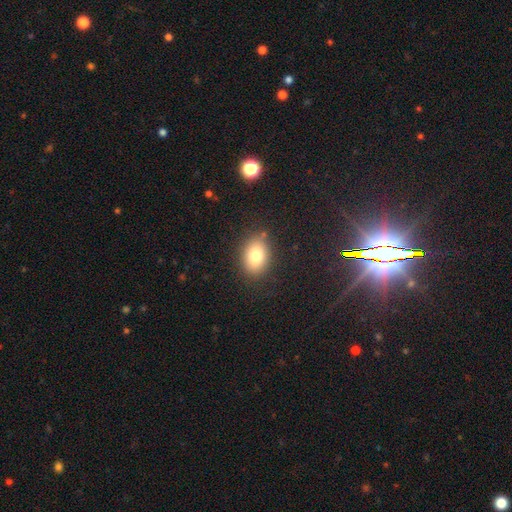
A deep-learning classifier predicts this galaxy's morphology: Smooth or featured? Predicted: smooth (p=0.80). How rounded? Predicted: in between (p=0.76). Merging? Predicted: none (p=0.82).